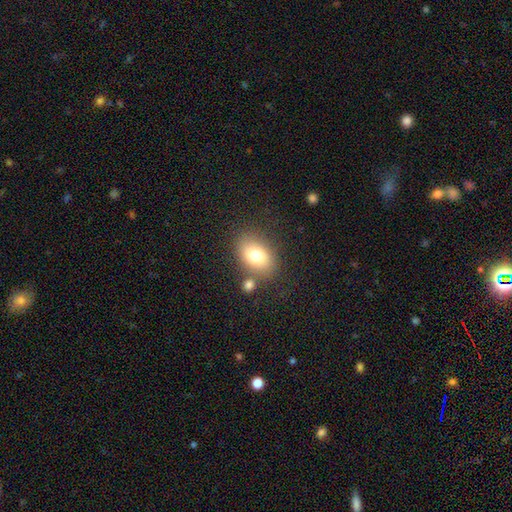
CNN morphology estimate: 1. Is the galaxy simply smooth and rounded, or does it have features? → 76% smooth, 15% featured or disk, 9% star or artifact.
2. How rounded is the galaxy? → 80% in between, 18% round, 1% cigar-shaped.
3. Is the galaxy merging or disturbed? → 71% none, 14% minor disturbance, 11% merger, 5% major disturbance.